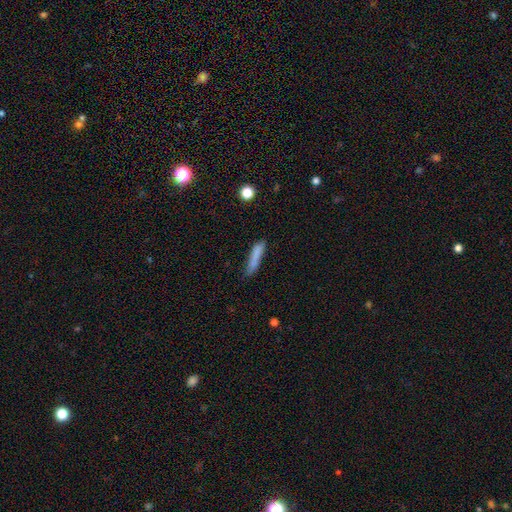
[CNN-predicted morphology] Overall: smooth (78%). How rounded: cigar-shaped (87%). Merging: none (63%; minor disturbance 25%).